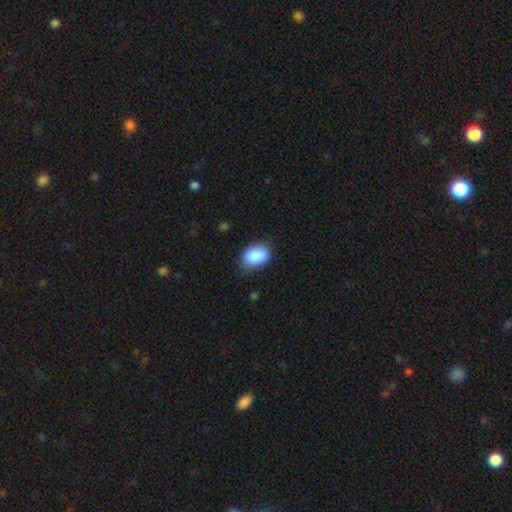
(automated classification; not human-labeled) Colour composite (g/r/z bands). It shows a smooth galaxy with no disk features (89%) that is in between round and cigar-shaped (82%). Merging: none (78%).